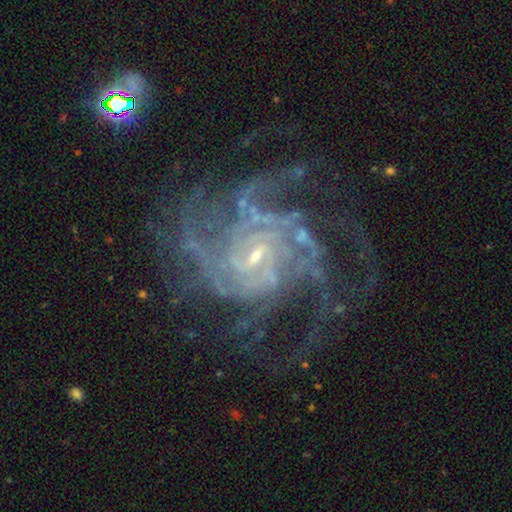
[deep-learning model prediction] smooth_or_featured: featured or disk (p=0.89) [alt: star or artifact p=0.07]
disk_edge_on: no (p=0.98) [alt: yes p=0.02]
bar: no (p=0.44) [alt: weak p=0.43]
has_spiral_arms: yes (p=0.97) [alt: no p=0.03]
spiral_winding: tight (p=0.54) [alt: medium p=0.37]
spiral_arm_count: 4 (p=0.25) [alt: can't tell p=0.22]
bulge_size: small (p=0.79) [alt: moderate p=0.14]
merging: none (p=0.64) [alt: major disturbance p=0.17]